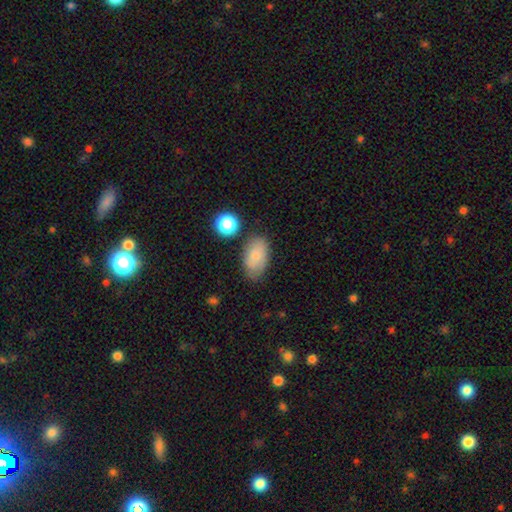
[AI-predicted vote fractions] Smooth or featured? smooth (71%)
How rounded? in between (91%)
Merging? none (70%)